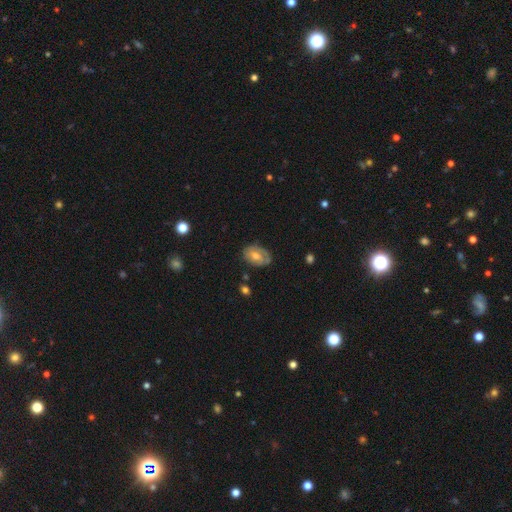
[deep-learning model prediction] featured or disk 58%, smooth 34%, star or artifact 8%. Down the decision tree: edge-on disk — no (95%); bar — no (54%); spiral arms — yes (72%); bulge size — moderate (61%); merging — none (67%).